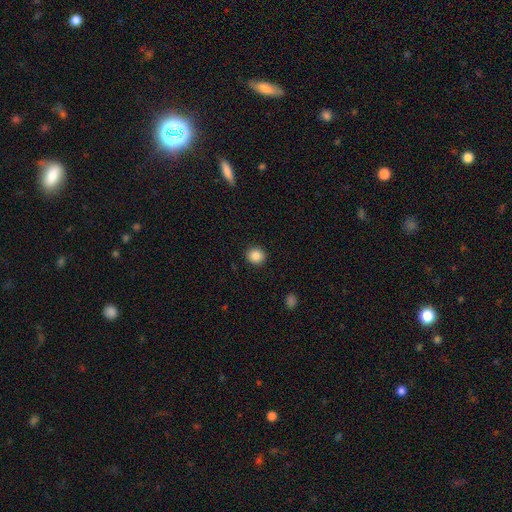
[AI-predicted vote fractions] Smooth or featured? smooth (86%)
How rounded? round (87%)
Merging? none (92%)